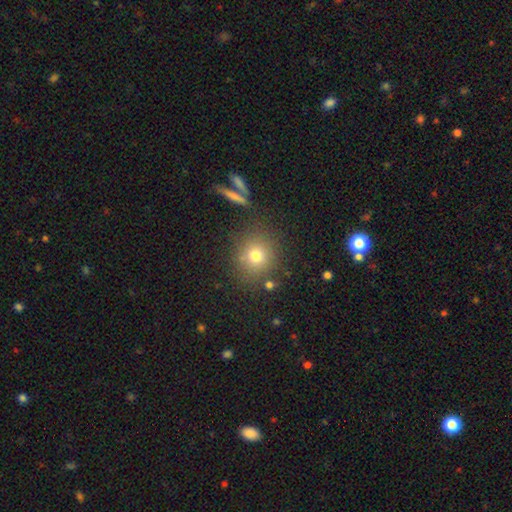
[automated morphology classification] Smooth or featured? smooth (75%)
How rounded? round (87%)
Merging? none (81%)